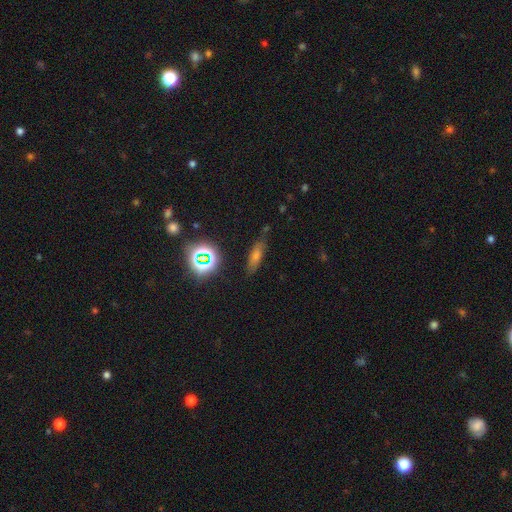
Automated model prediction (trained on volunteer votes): Smooth or featured?
  - smooth: 46% *
  - star or artifact: 29%
  - featured or disk: 25%
Merging?
  - none: 80% *
  - minor disturbance: 14%
  - major disturbance: 4%
  - merger: 3%